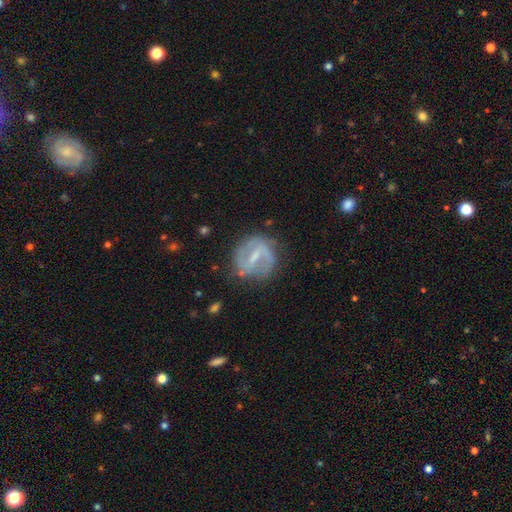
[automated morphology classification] Smooth or featured?
  - featured or disk: 77% *
  - smooth: 16%
  - star or artifact: 6%
Edge-on disk?
  - no: 97% *
  - yes: 3%
Bar?
  - strong: 48% *
  - weak: 42%
  - no: 10%
Spiral arms?
  - yes: 81% *
  - no: 19%
Spiral winding?
  - medium: 45% *
  - tight: 29%
  - loose: 26%
Spiral arm count?
  - 2: 77% *
  - can't tell: 12%
  - 1: 6%
  - 3: 2%
  - 4: 1%
  - more than 4: 1%
Bulge size?
  - small: 47% *
  - moderate: 26%
  - none: 23%
  - large: 2%
  - dominant: 1%
Merging?
  - none: 71% *
  - minor disturbance: 18%
  - major disturbance: 9%
  - merger: 2%